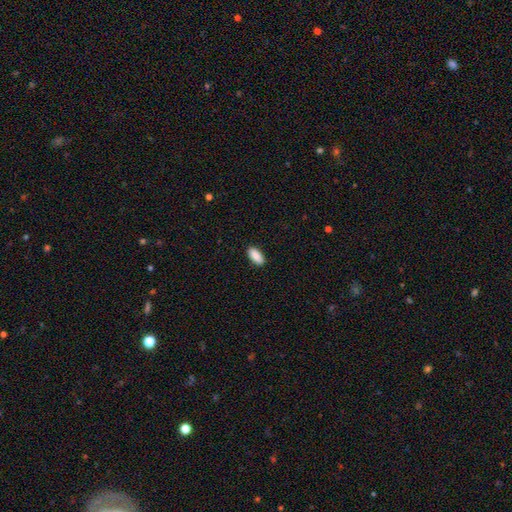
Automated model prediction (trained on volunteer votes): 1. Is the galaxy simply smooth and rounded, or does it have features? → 89% smooth, 6% star or artifact, 5% featured or disk.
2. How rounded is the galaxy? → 87% in between, 11% cigar-shaped, 2% round.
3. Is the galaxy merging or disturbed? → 88% none, 9% minor disturbance, 2% major disturbance, 1% merger.